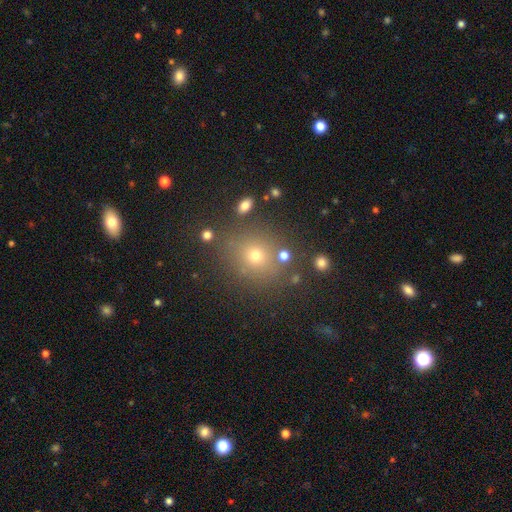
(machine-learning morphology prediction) Overall: smooth (67%). How rounded: round (77%). Merging: none (79%).